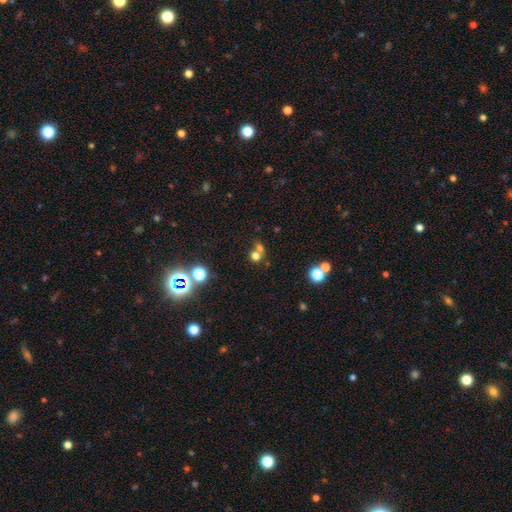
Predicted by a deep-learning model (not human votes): Smooth or featured? smooth (65%)
How rounded? round (82%)
Merging? none (45%)